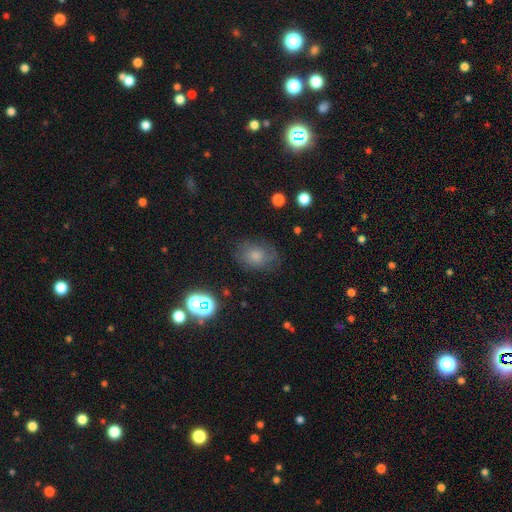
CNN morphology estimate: Smooth or featured? smooth (64%)
How rounded? in between (66%)
Merging? none (70%)